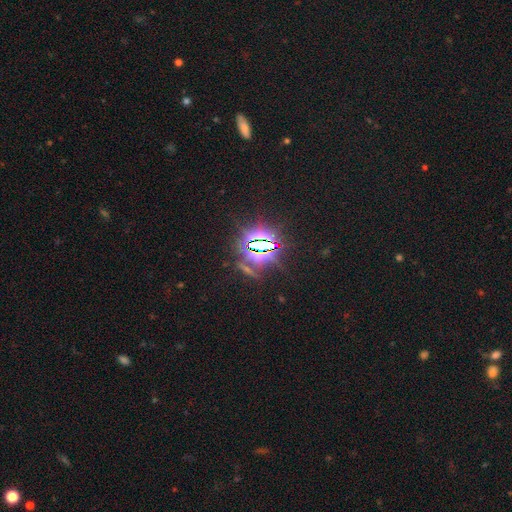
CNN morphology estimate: This appears to be a star or artifact, not a galaxy (84%).